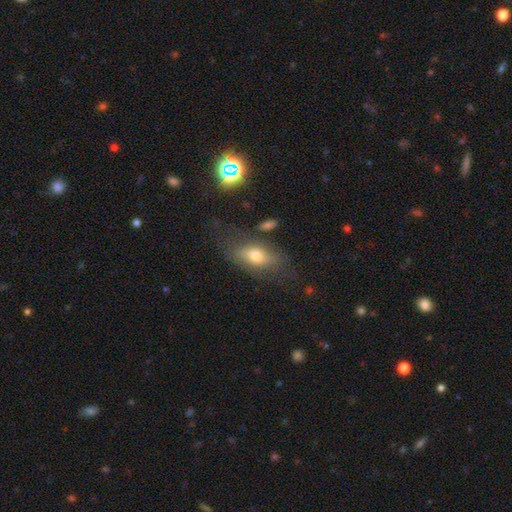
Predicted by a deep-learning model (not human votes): smooth 59%, featured or disk 31%, star or artifact 10%. Down the decision tree: how rounded — in between (82%); merging — none (59%).